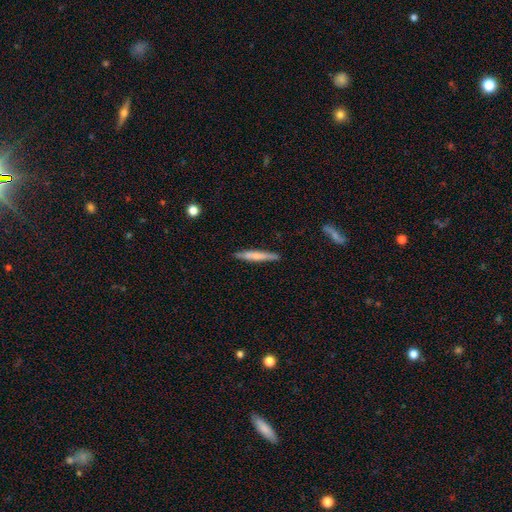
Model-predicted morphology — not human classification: Smooth or featured: smooth — 63% (featured or disk — 31%)
How rounded: cigar-shaped — 95% (in between — 4%)
Merging: none — 88% (minor disturbance — 9%)